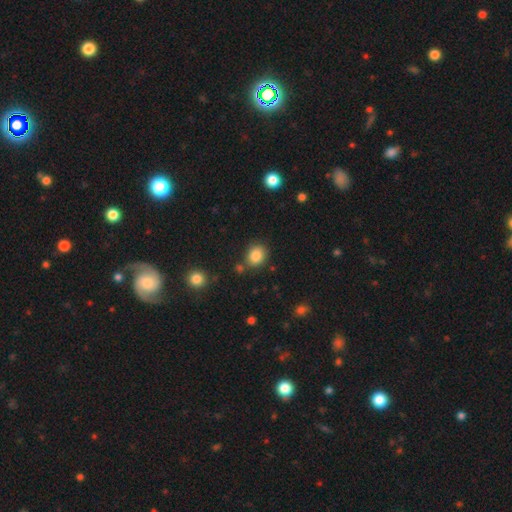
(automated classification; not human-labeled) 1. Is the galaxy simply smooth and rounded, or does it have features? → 86% smooth, 10% star or artifact, 5% featured or disk.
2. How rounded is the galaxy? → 56% round, 43% in between, 1% cigar-shaped.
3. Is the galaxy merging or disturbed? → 77% none, 12% minor disturbance, 7% merger, 4% major disturbance.